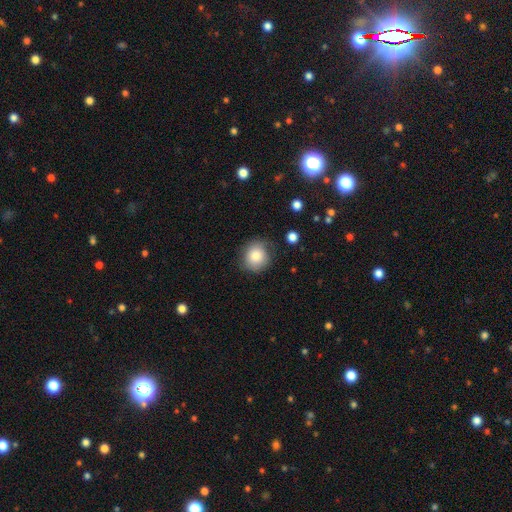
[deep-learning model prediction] Smooth or featured: smooth — 82% (featured or disk — 10%)
How rounded: round — 83% (in between — 16%)
Merging: none — 74% (minor disturbance — 19%)